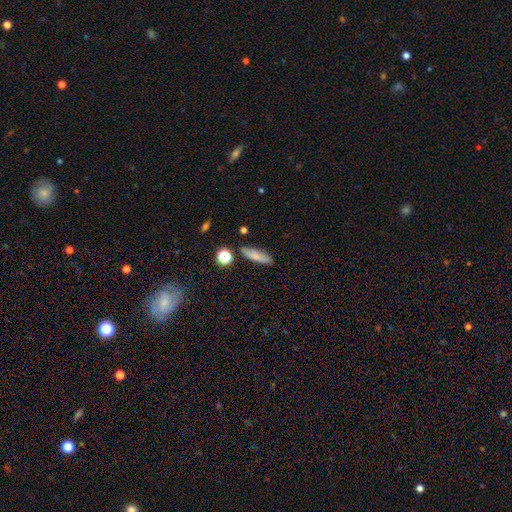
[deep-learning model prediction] smooth 78%, featured or disk 13%, star or artifact 9%. Down the decision tree: how rounded — cigar-shaped (58%); merging — none (80%).